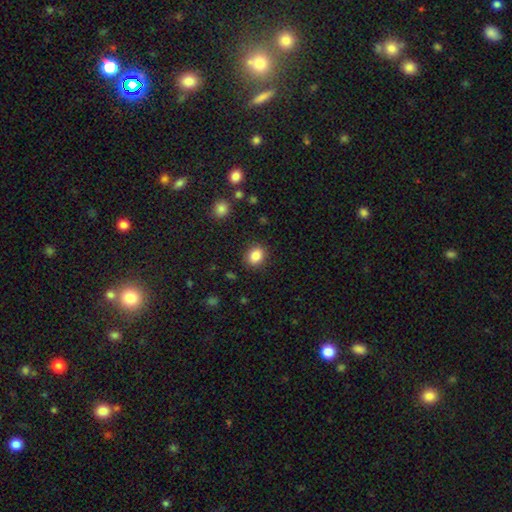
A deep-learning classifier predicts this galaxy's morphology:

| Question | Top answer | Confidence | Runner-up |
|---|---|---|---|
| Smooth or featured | smooth | 85% | star or artifact (10%) |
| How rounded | round | 57% | in between (42%) |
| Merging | none | 87% | minor disturbance (9%) |